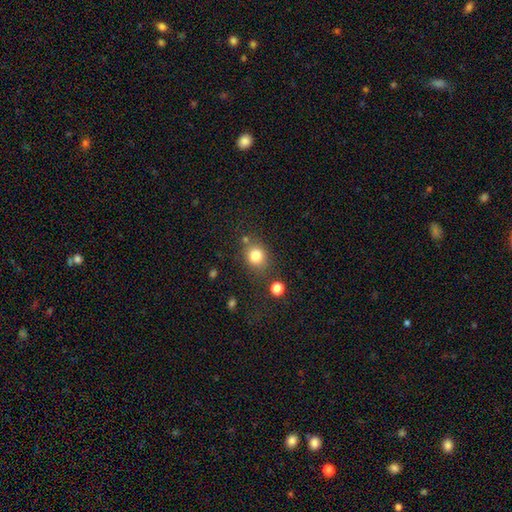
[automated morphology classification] Smooth or featured: smooth — 82% (star or artifact — 11%)
How rounded: round — 76% (in between — 23%)
Merging: none — 72% (minor disturbance — 14%)